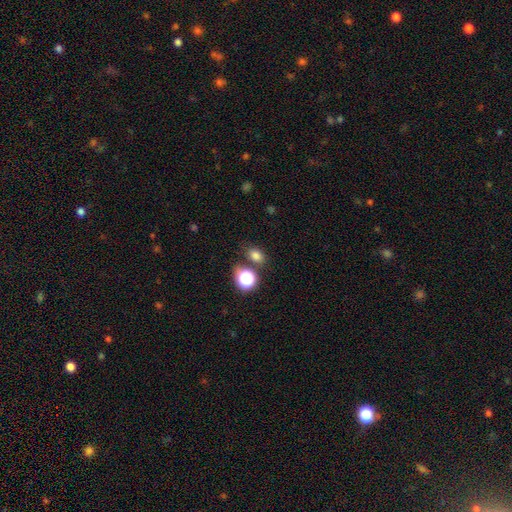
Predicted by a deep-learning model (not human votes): Smooth or featured?
  - smooth: 76% *
  - star or artifact: 18%
  - featured or disk: 6%
How rounded?
  - in between: 59% *
  - round: 39%
  - cigar-shaped: 1%
Merging?
  - none: 72% *
  - minor disturbance: 12%
  - merger: 11%
  - major disturbance: 4%